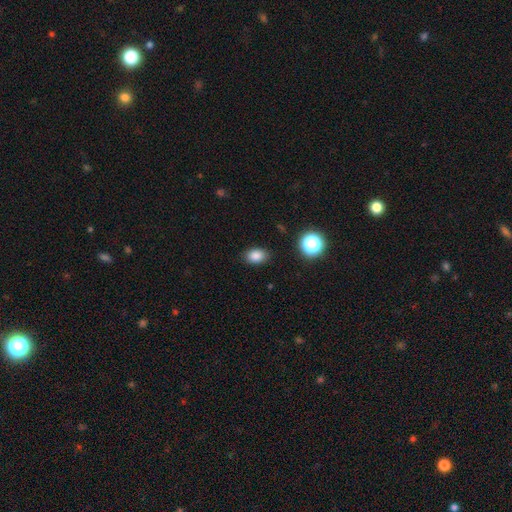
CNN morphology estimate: A smooth galaxy with no disk features (84%) that is in between round and cigar-shaped (77%).

Vote fractions:
- Smooth or featured? smooth: 84% / star or artifact: 11% / featured or disk: 5%
- How rounded? in between: 77% / round: 22% / cigar-shaped: 1%
- Merging? none: 86% / minor disturbance: 10% / major disturbance: 3% / merger: 1%